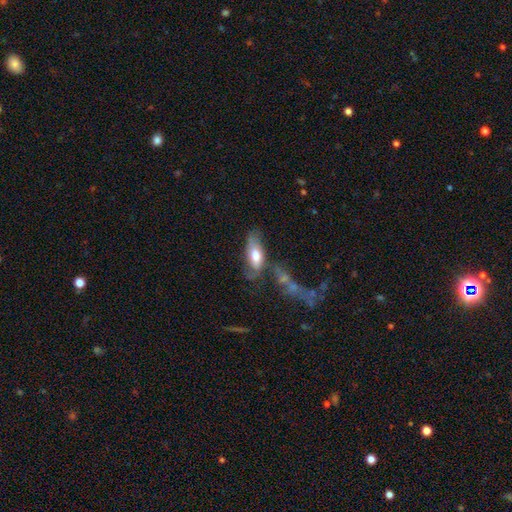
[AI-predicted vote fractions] Overall: smooth (63%; featured or disk 30%). How rounded: in between (80%). Merging: none (40%; minor disturbance 27%).